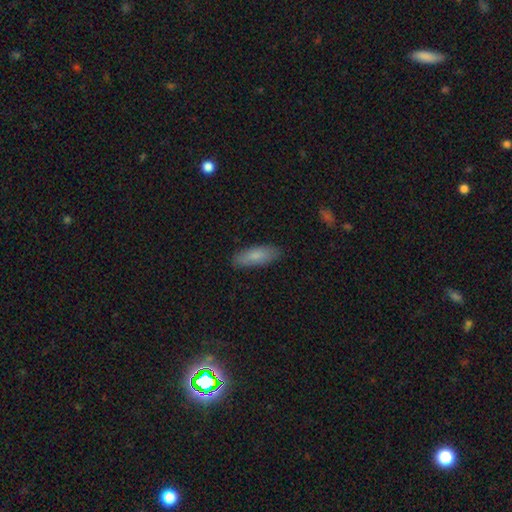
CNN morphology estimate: smooth 81%, featured or disk 13%, star or artifact 6%. Down the decision tree: how rounded — in between (64%); merging — none (86%).